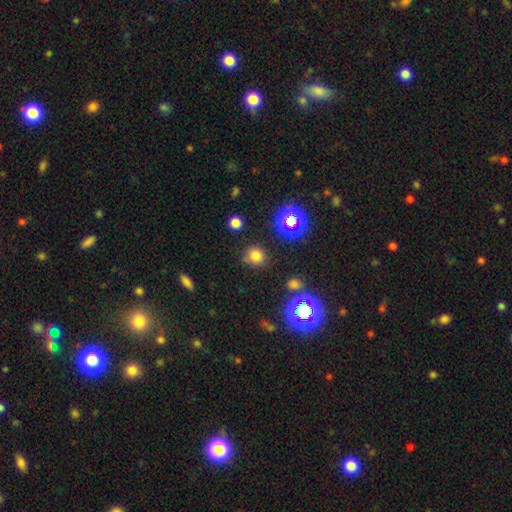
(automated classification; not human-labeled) smooth 71%, star or artifact 22%, featured or disk 6%. Down the decision tree: how rounded — round (86%); merging — none (78%).